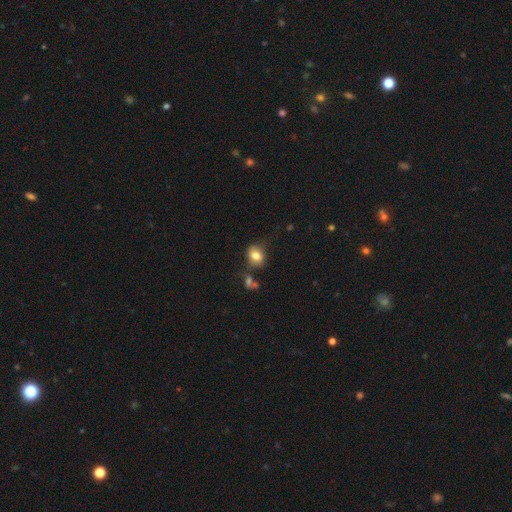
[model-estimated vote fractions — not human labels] Smooth or featured? smooth (80%)
How rounded? round (53%)
Merging? none (65%)